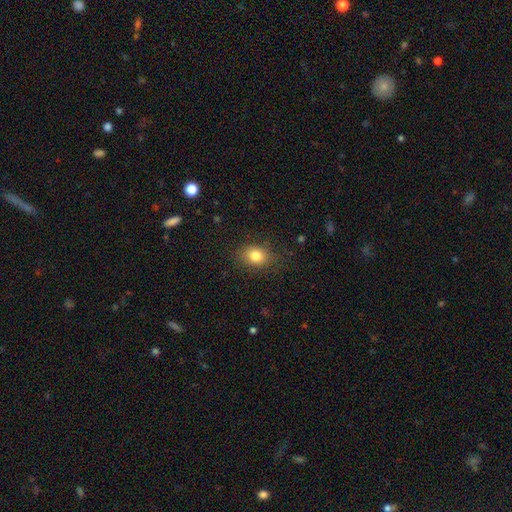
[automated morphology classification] Smooth or featured? Predicted: smooth (p=0.82). How rounded? Predicted: in between (p=0.63). Merging? Predicted: none (p=0.81).